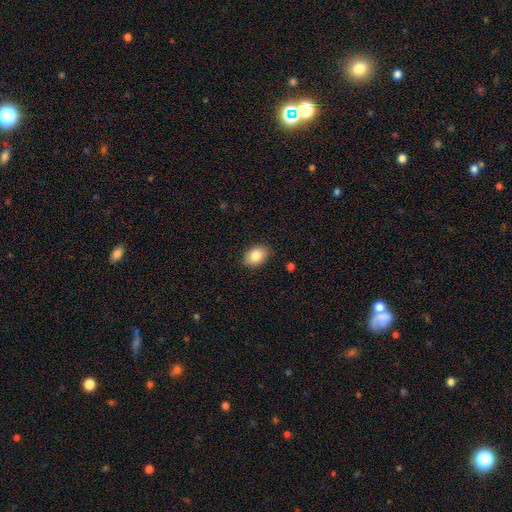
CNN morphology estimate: This appears to be a smooth galaxy with no disk features (84%) that is in between round and cigar-shaped (77%). Merging: none (86%).